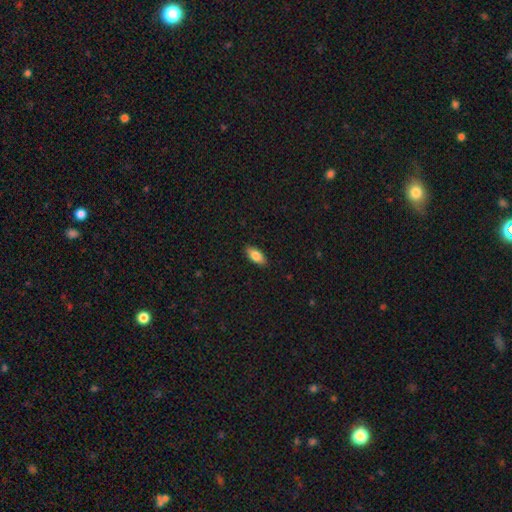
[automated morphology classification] This is clearly a smooth galaxy (82%). How rounded: clearly in between (89%). Merging: clearly none (89%).